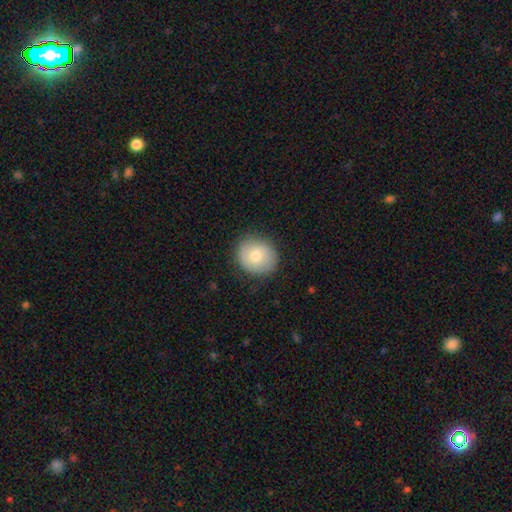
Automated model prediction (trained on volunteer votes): Smooth or featured: smooth — 73% (featured or disk — 20%)
How rounded: round — 83% (in between — 16%)
Merging: none — 84% (minor disturbance — 12%)